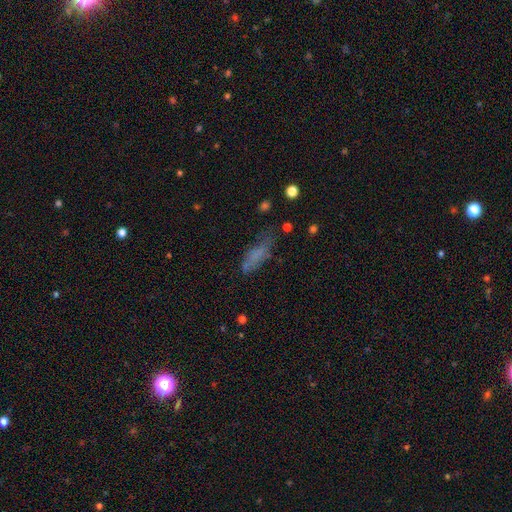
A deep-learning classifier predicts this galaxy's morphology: smooth_or_featured: smooth (p=0.65) [alt: featured or disk p=0.21]
how_rounded: in between (p=0.49) [tied with: cigar-shaped p=0.49]
merging: none (p=0.48) [alt: minor disturbance p=0.29]